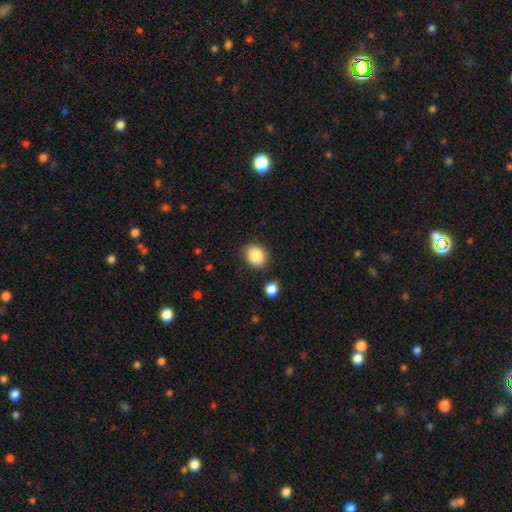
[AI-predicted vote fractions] smooth-or-featured: smooth: 86% | star or artifact: 8% | featured or disk: 5%
  how-rounded: round: 61% | in between: 38% | cigar-shaped: 1%
  merging: none: 82% | minor disturbance: 11% | merger: 4% | major disturbance: 3%